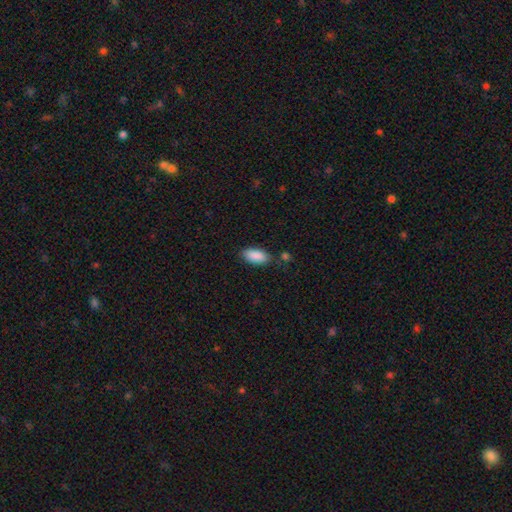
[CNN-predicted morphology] Overall: smooth (90%). How rounded: in between (91%). Merging: none (78%).